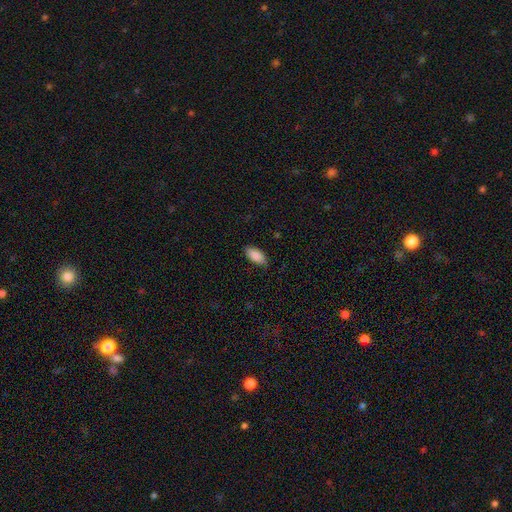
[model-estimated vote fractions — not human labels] Smooth or featured: smooth — 89% (star or artifact — 6%)
How rounded: in between — 92% (cigar-shaped — 6%)
Merging: none — 81% (minor disturbance — 15%)